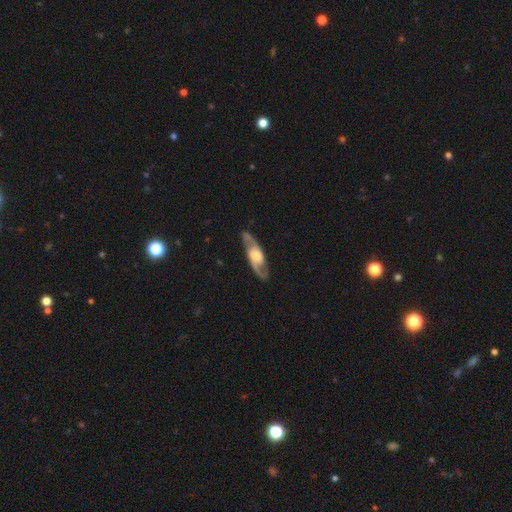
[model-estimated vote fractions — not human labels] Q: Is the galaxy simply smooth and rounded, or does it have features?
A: featured or disk — 78%.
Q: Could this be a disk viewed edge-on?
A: no — 76%.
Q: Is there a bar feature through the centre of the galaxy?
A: no — 53%.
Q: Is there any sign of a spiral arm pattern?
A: yes — 88%.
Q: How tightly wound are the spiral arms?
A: medium — 51%.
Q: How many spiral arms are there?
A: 2 — 89%.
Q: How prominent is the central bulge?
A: large — 43%.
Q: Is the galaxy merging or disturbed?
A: none — 84%.